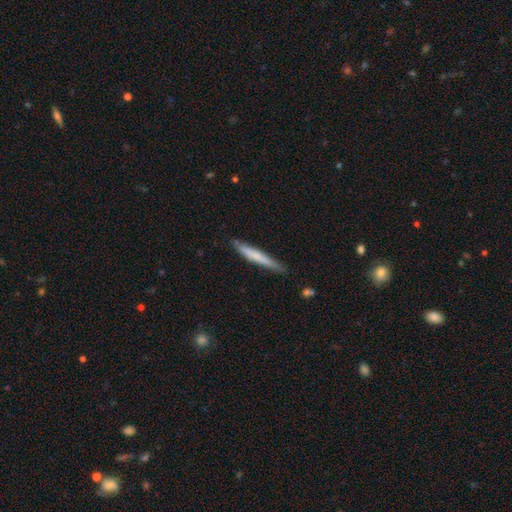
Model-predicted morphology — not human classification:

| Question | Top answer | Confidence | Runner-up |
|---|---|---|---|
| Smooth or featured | smooth | 65% | featured or disk (29%) |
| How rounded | cigar-shaped | 95% | in between (3%) |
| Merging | none | 81% | minor disturbance (15%) |